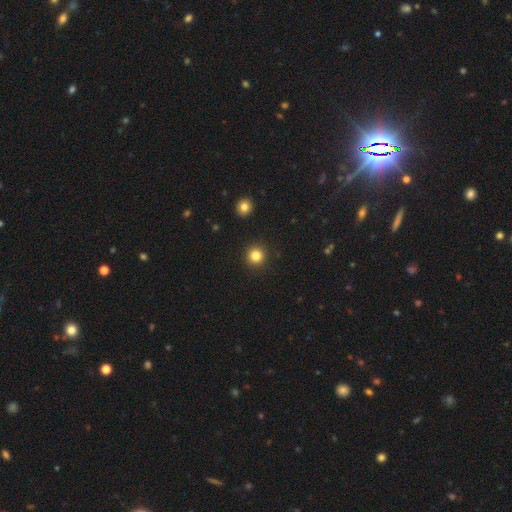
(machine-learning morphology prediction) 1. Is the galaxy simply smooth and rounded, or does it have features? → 83% smooth, 12% star or artifact, 5% featured or disk.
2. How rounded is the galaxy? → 95% round, 4% in between, 1% cigar-shaped.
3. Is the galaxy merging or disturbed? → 92% none, 4% minor disturbance, 2% major disturbance, 1% merger.